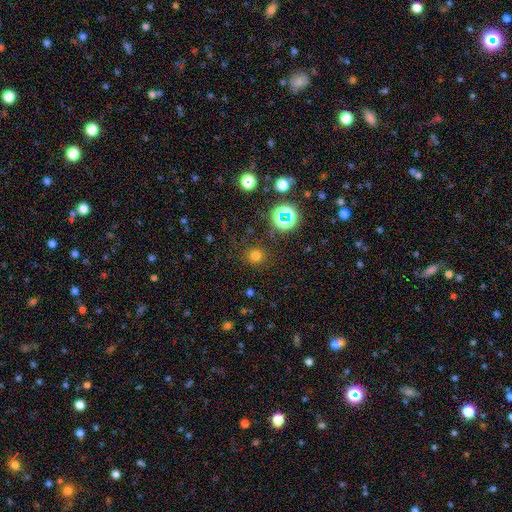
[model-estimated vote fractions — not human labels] Smooth or featured: smooth — 69% (star or artifact — 25%)
How rounded: round — 91% (in between — 8%)
Merging: none — 87% (minor disturbance — 8%)